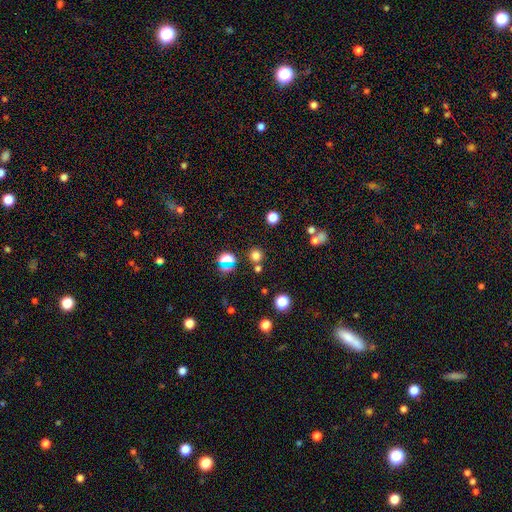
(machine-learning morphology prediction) smooth-or-featured: smooth: 72% | star or artifact: 22% | featured or disk: 6%
  how-rounded: round: 93% | in between: 6% | cigar-shaped: 1%
  merging: none: 80% | merger: 10% | minor disturbance: 7% | major disturbance: 3%